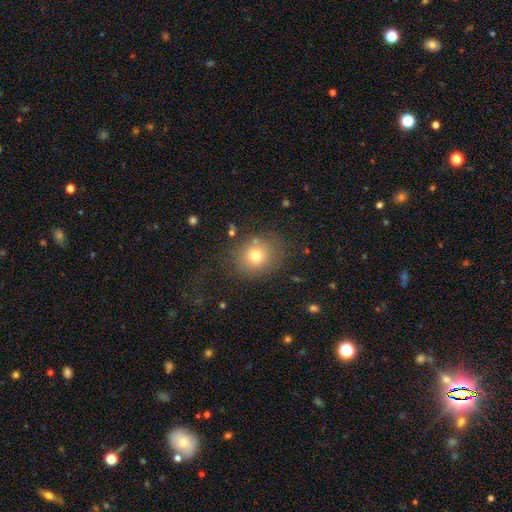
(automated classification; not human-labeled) This is likely a smooth galaxy (73%). How rounded: likely round (71%). Merging: likely none (78%).